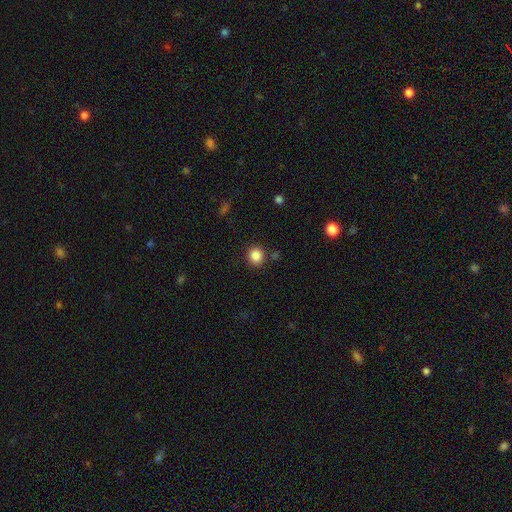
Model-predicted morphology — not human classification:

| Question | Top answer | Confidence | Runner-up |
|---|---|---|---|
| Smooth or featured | smooth | 86% | star or artifact (10%) |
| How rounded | round | 89% | in between (10%) |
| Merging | none | 86% | minor disturbance (8%) |